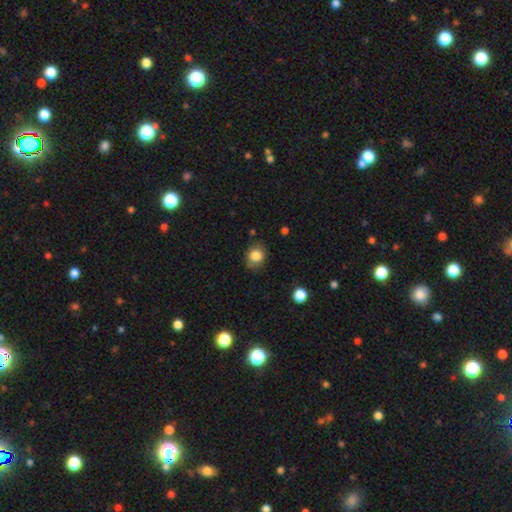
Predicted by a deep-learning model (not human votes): Smooth or featured? Predicted: smooth (p=0.83). How rounded? Predicted: round (p=0.71). Merging? Predicted: none (p=0.77).